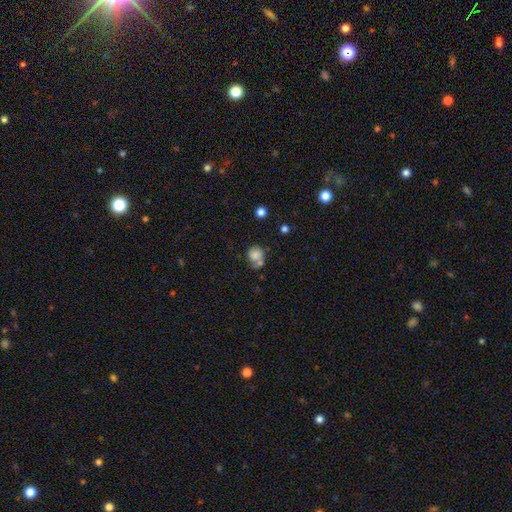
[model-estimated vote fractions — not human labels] This is likely a smooth galaxy (74%). How rounded: likely round (69%). Merging: marginally none (38%).